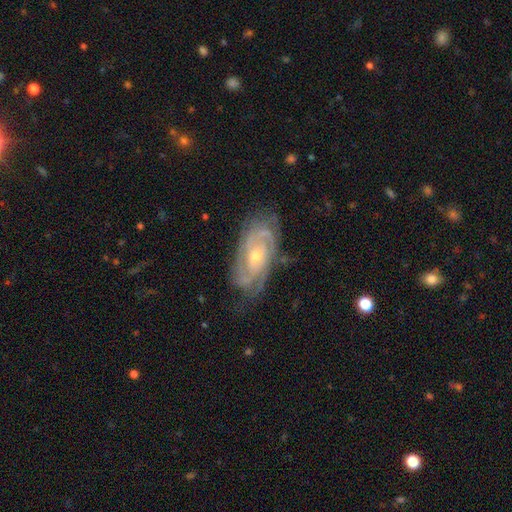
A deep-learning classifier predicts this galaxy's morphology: The model was most divided on "spiral arm count": 2: 33%, 3: 26%, can't tell: 21%, 4: 10%, more than 4: 5%, 1: 5%. More confident: spiral arms — yes (97%); edge-on disk — no (95%); smooth or featured — featured or disk (88%); merging — none (73%); spiral winding — tight (71%); bar — no (68%); bulge size — small (53%).